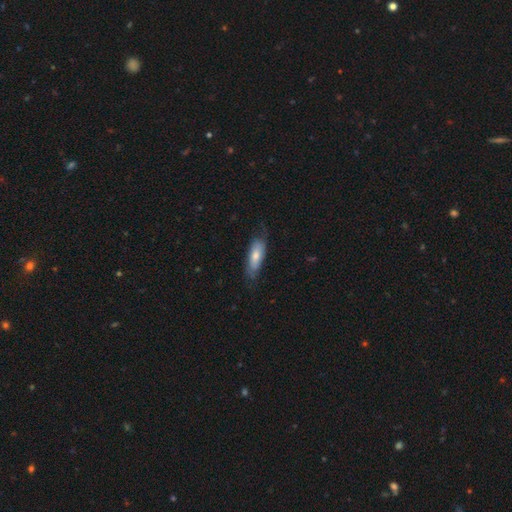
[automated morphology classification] This appears to be a smooth galaxy with no disk features (63%) that is in between round and cigar-shaped (69%). Merging: none (64%).